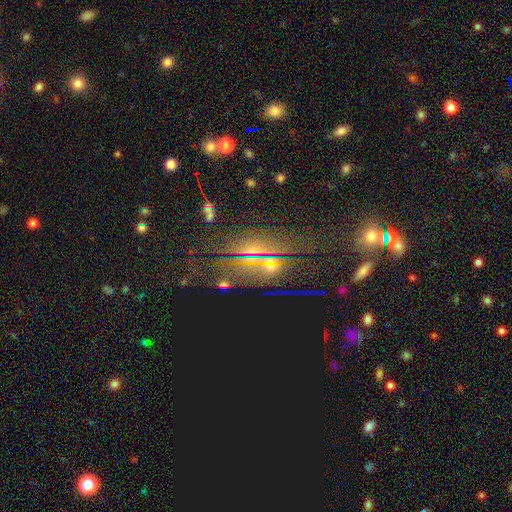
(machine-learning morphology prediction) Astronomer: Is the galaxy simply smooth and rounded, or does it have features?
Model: star or artifact — 55%.